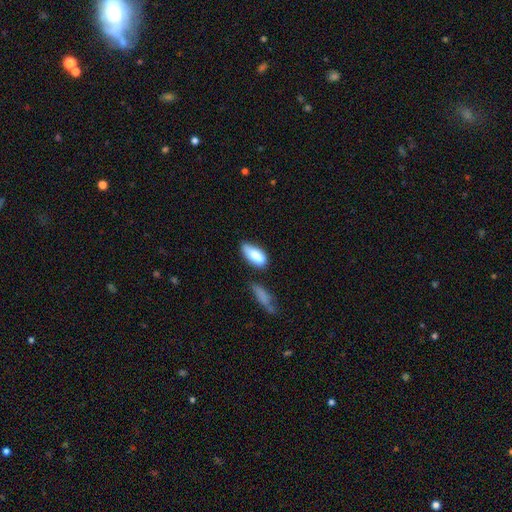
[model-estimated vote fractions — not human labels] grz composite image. It shows a smooth galaxy with no disk features (79%) that is in between round and cigar-shaped (83%). Merging: none (57%).